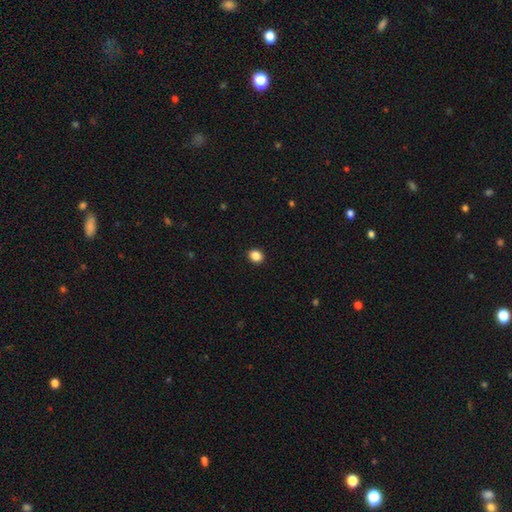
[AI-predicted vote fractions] smooth_or_featured: smooth (p=0.87) [alt: star or artifact p=0.10]
how_rounded: round (p=0.66) [alt: in between p=0.33]
merging: none (p=0.92) [alt: minor disturbance p=0.05]